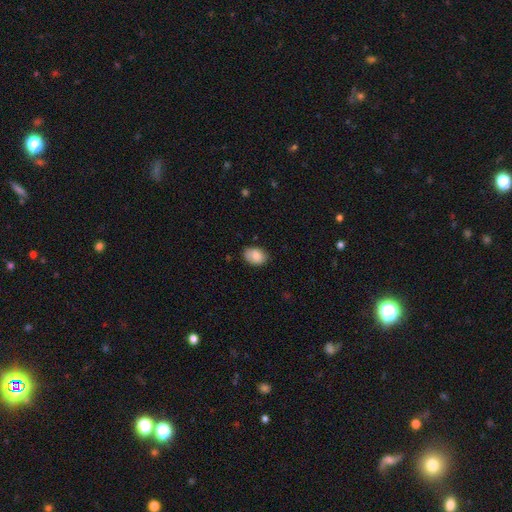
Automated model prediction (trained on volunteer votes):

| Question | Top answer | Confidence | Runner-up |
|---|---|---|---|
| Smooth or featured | smooth | 84% | featured or disk (9%) |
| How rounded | in between | 78% | round (21%) |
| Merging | none | 78% | minor disturbance (18%) |